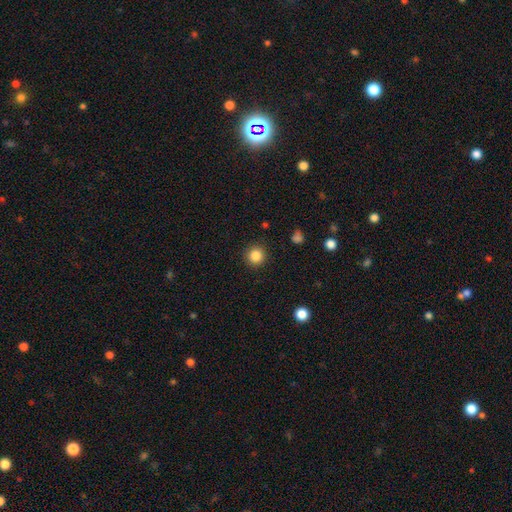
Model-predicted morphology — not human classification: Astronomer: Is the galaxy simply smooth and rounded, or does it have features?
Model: smooth — 85%.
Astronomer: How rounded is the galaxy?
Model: round — 94%.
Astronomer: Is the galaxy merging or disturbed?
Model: none — 91%.